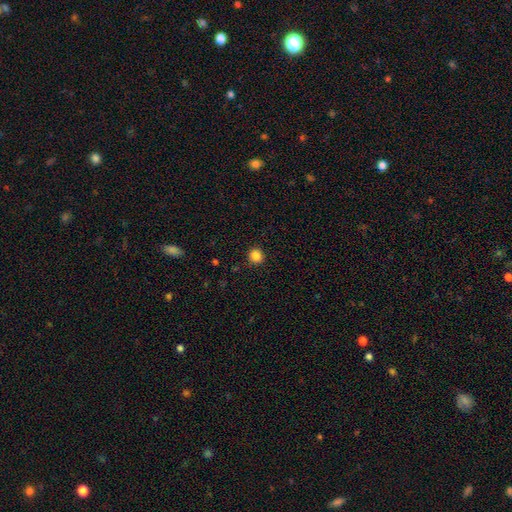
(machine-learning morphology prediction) This is clearly a smooth galaxy (85%). How rounded: clearly round (88%). Merging: clearly none (90%).